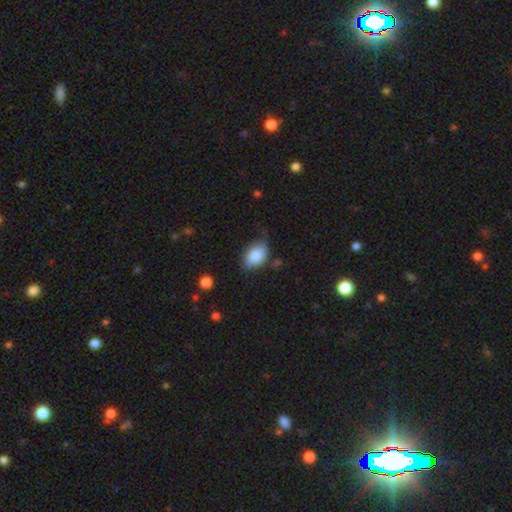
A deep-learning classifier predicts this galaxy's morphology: Overall: smooth (84%). How rounded: in between (86%). Merging: none (59%; minor disturbance 31%).